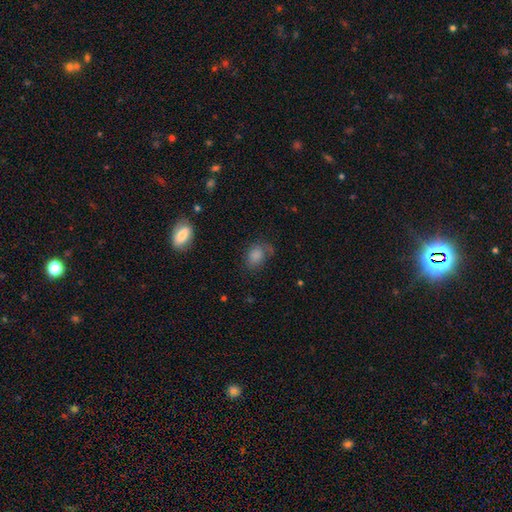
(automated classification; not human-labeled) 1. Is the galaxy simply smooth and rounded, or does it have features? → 71% smooth, 15% featured or disk, 14% star or artifact.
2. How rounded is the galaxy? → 64% in between, 34% round, 1% cigar-shaped.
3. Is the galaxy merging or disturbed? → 54% none, 25% minor disturbance, 18% major disturbance, 3% merger.